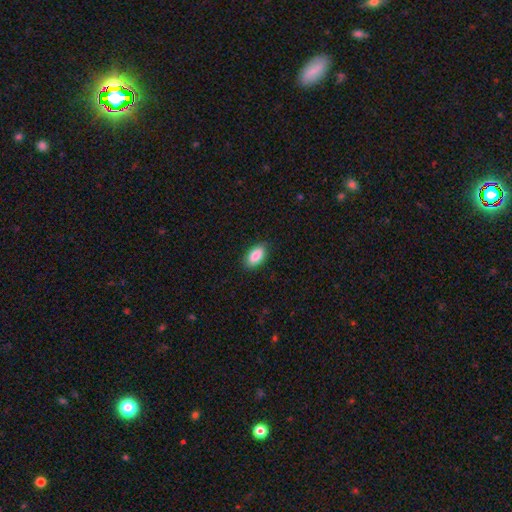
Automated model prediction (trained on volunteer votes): Smooth or featured: smooth — 88% (star or artifact — 7%)
How rounded: in between — 93% (cigar-shaped — 4%)
Merging: none — 87% (minor disturbance — 10%)